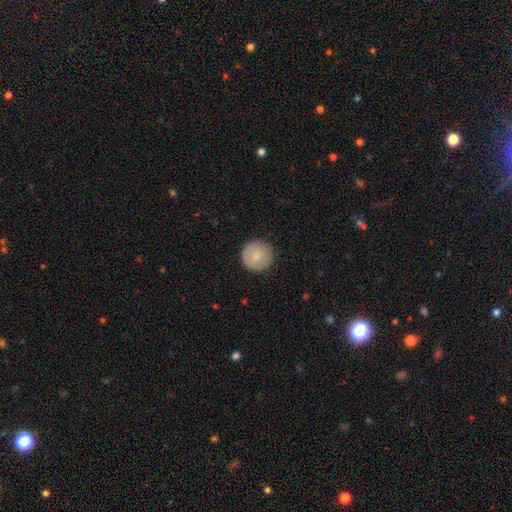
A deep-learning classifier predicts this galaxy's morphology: smooth_or_featured: smooth (p=0.82) [alt: featured or disk p=0.12]
how_rounded: round (p=0.96) [alt: in between p=0.03]
merging: none (p=0.90) [alt: minor disturbance p=0.07]